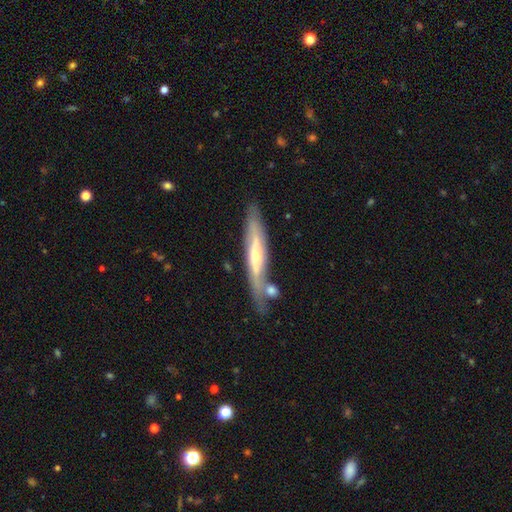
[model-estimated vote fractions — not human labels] smooth-or-featured: featured or disk: 68% | smooth: 27% | star or artifact: 5%
  disk-edge-on: yes: 73% | no: 27%
  merging: none: 61% | minor disturbance: 18% | merger: 15% | major disturbance: 6%